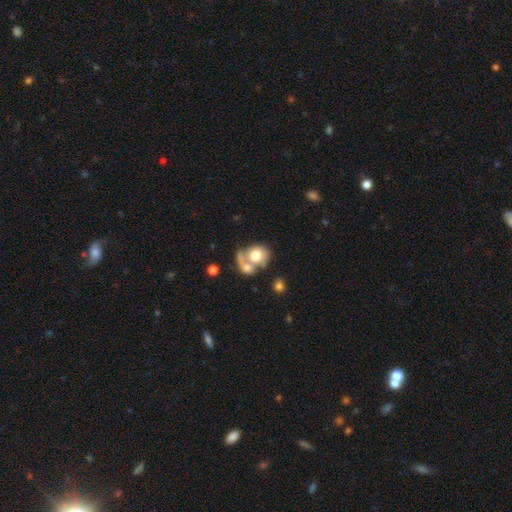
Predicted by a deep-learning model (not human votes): Smooth or featured? Predicted: smooth (p=0.63). How rounded? Predicted: round (p=0.66). Merging? Predicted: merger (p=0.58).